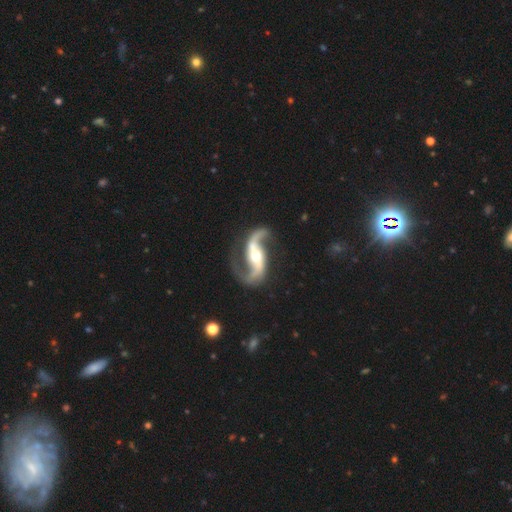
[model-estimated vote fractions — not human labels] The model was most divided on "bar": strong: 42%, no: 31%, weak: 28%. More confident: spiral arms — yes (98%); edge-on disk — no (97%); spiral arm count — 2 (94%); smooth or featured — featured or disk (93%); merging — none (79%); spiral winding — loose (66%); bulge size — moderate (65%).